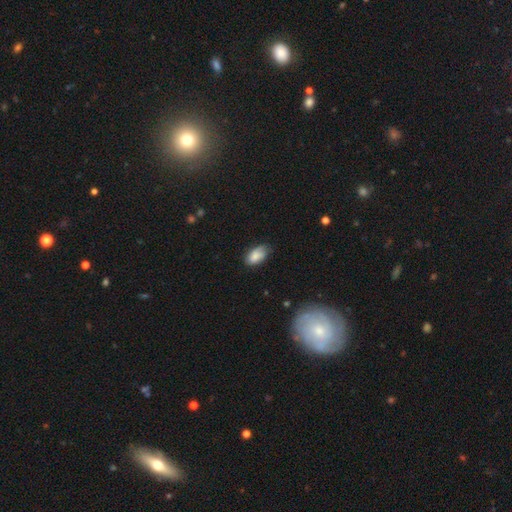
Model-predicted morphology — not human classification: This appears to be a smooth galaxy with no disk features (76%) that is in between round and cigar-shaped (93%). Merging: none (62%).